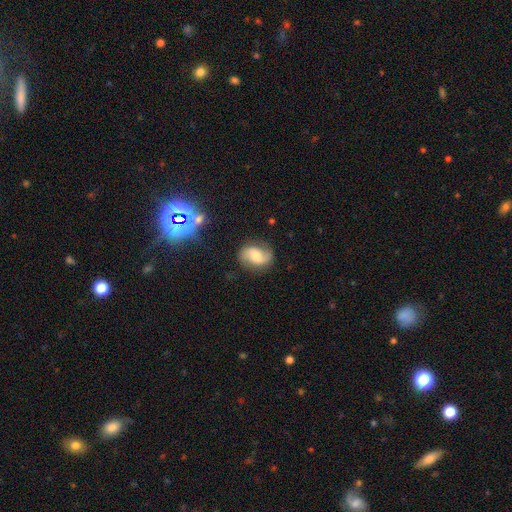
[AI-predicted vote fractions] Smooth or featured: featured or disk — 61% (smooth — 29%)
Edge-on disk: no — 97% (yes — 3%)
Bar: no — 48% (weak — 40%)
Spiral arms: yes — 92% (no — 8%)
Spiral winding: loose — 48% (medium — 38%)
Spiral arm count: 2 — 89% (can't tell — 5%)
Bulge size: moderate — 49% (small — 27%)
Merging: none — 76% (minor disturbance — 16%)